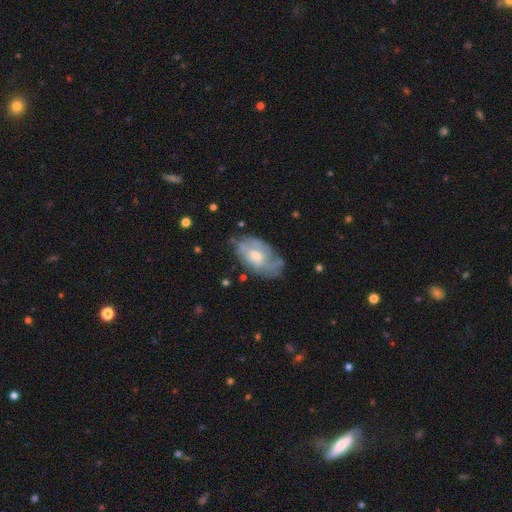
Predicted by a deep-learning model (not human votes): featured or disk 58%, smooth 36%, star or artifact 6%. Down the decision tree: edge-on disk — no (94%); bar — no (67%); spiral arms — yes (65%); bulge size — moderate (51%); merging — none (55%).